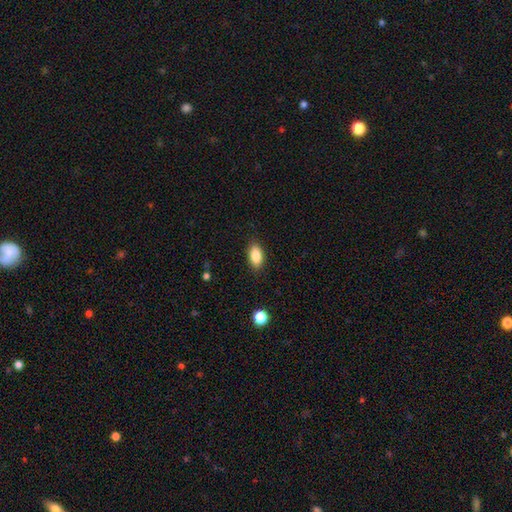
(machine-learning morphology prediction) Smooth or featured?
  - smooth: 87% *
  - star or artifact: 8%
  - featured or disk: 5%
How rounded?
  - in between: 91% *
  - cigar-shaped: 5%
  - round: 4%
Merging?
  - none: 87% *
  - minor disturbance: 10%
  - major disturbance: 2%
  - merger: 1%